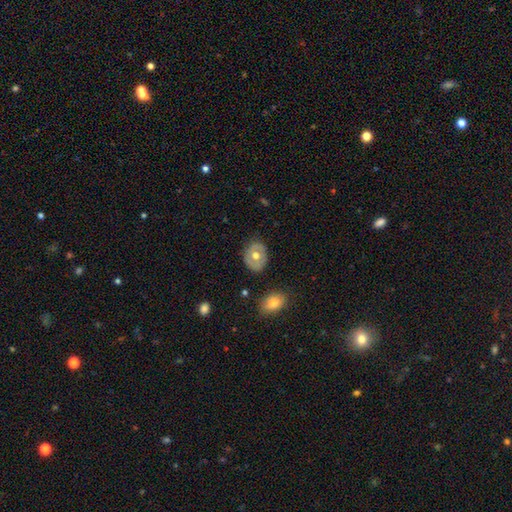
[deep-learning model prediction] This is possibly a smooth galaxy (53%). How rounded: possibly round (51%). Merging: clearly none (83%).